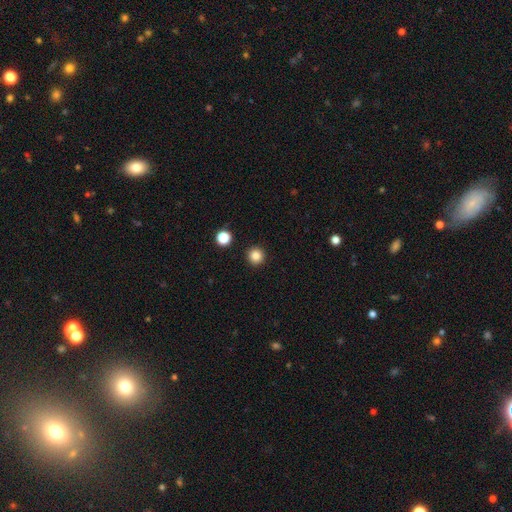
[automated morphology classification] Smooth or featured: smooth — 85% (star or artifact — 11%)
How rounded: round — 96% (in between — 3%)
Merging: none — 93% (minor disturbance — 4%)